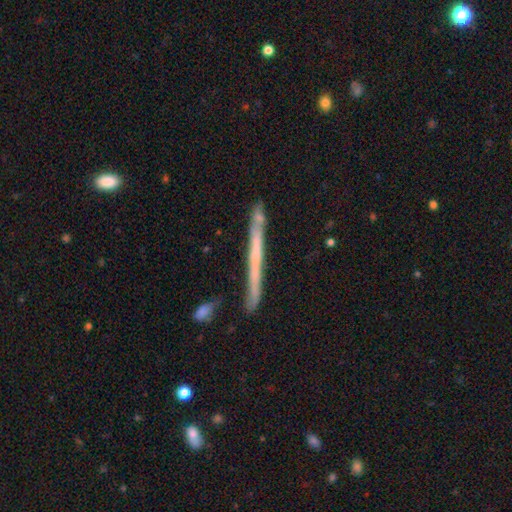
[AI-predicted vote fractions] smooth-or-featured: featured or disk: 61% | smooth: 32% | star or artifact: 7%
  disk-edge-on: yes: 95% | no: 5%
    edge-on-bulge: none: 83% | rounded: 12% | boxy: 6%
  merging: none: 81% | minor disturbance: 13% | merger: 4% | major disturbance: 3%